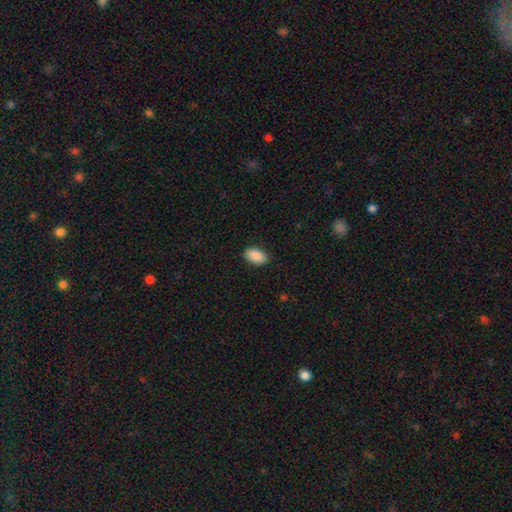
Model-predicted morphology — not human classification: smooth-or-featured: smooth: 90% | star or artifact: 7% | featured or disk: 3%
  how-rounded: in between: 93% | round: 5% | cigar-shaped: 1%
  merging: none: 88% | minor disturbance: 9% | major disturbance: 2% | merger: 1%